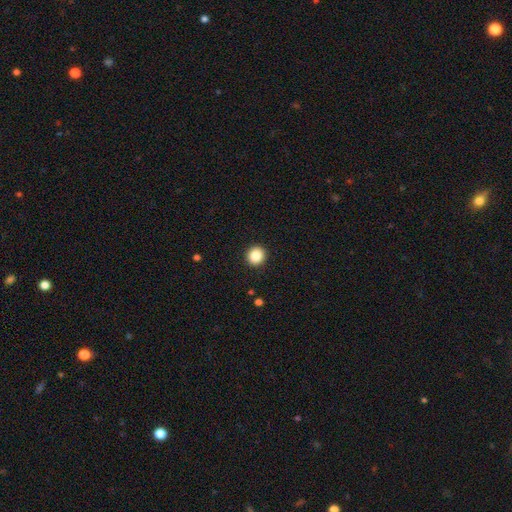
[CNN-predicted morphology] A smooth galaxy with no disk features (87%) that is round (92%).

Vote fractions:
- Smooth or featured? smooth: 87% / star or artifact: 9% / featured or disk: 4%
- How rounded? round: 92% / in between: 7% / cigar-shaped: 1%
- Merging? none: 93% / minor disturbance: 4% / major disturbance: 2% / merger: 1%